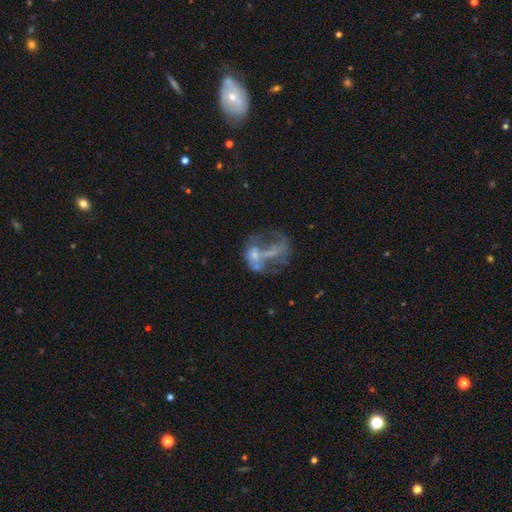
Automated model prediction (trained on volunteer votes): The model was most divided on "merging": major disturbance: 39%, merger: 30%, none: 20%, minor disturbance: 11%. More confident: edge-on disk — no (98%); spiral arms — no (79%); bar — no (76%); smooth or featured — featured or disk (60%); bulge size — none (53%).